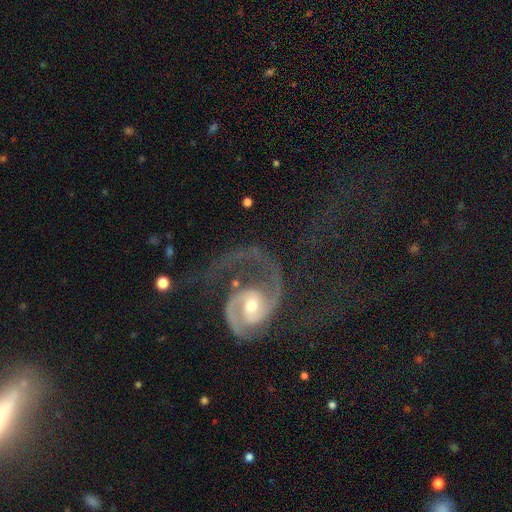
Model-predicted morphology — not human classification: Smooth or featured? featured or disk (90%)
Edge-on disk? no (98%)
Bar? no (53%)
Spiral arms? yes (97%)
Spiral winding? medium (51%)
Spiral arm count? 2 (73%)
Bulge size? moderate (57%)
Merging? none (44%)